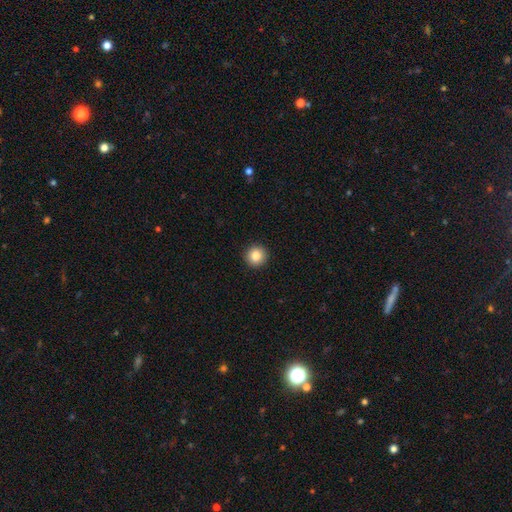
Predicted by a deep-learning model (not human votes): Smooth or featured: smooth — 84% (star or artifact — 9%)
How rounded: round — 95% (in between — 4%)
Merging: none — 93% (minor disturbance — 4%)